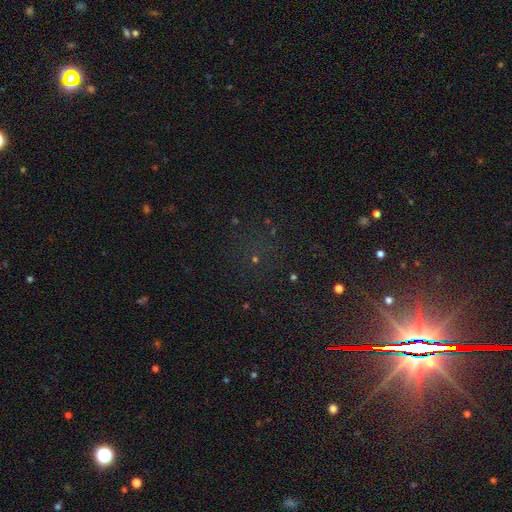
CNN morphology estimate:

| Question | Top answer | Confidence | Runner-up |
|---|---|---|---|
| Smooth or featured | star or artifact | 70% | smooth (20%) |